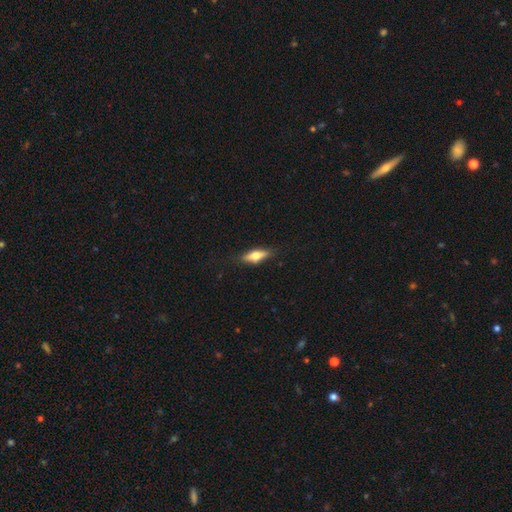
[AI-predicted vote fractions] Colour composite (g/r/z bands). It shows a smooth galaxy with no disk features (55%) that is in between round and cigar-shaped (51%). Merging: none (84%).